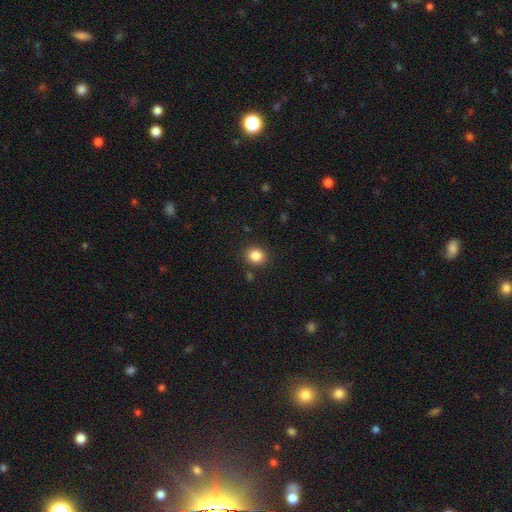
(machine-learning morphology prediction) Q: Smooth or featured?
A: smooth (85%); runner-up: star or artifact (10%)
Q: How rounded?
A: round (79%); runner-up: in between (21%)
Q: Merging?
A: none (87%); runner-up: minor disturbance (7%)